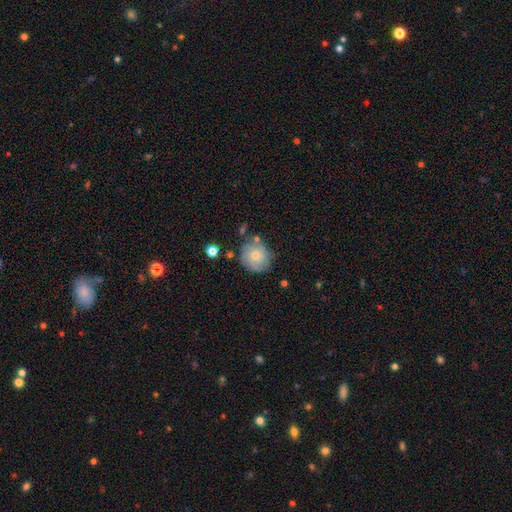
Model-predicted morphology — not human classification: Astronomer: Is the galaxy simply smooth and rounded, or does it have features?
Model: smooth — 57% (runner-up: featured or disk, 35%).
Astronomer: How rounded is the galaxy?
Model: round — 87%.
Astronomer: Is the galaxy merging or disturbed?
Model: none — 69%.